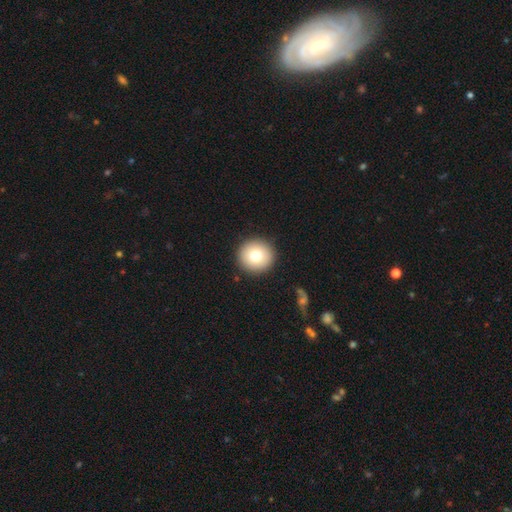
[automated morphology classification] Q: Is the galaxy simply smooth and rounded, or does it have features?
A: smooth — 75%.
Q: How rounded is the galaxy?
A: round — 94%.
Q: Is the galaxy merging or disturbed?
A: none — 92%.